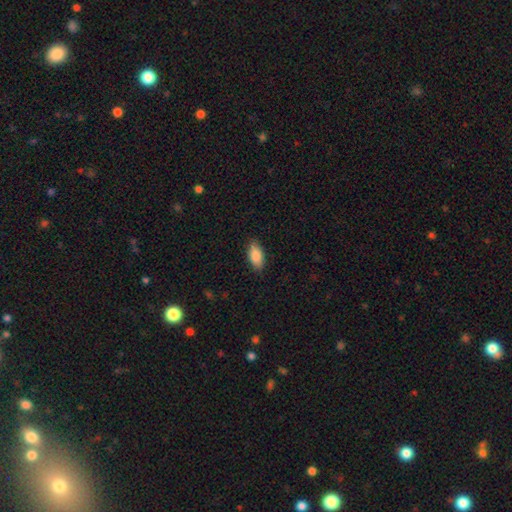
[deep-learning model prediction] This is clearly a smooth galaxy (87%). How rounded: clearly in between (88%). Merging: clearly none (86%).